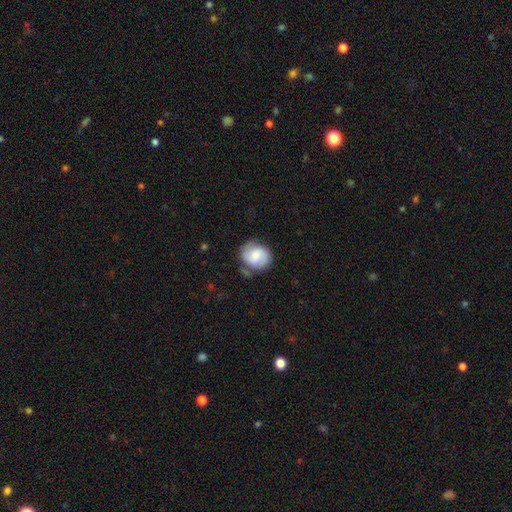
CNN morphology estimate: smooth 46% (tied), featured or disk 46% (tied), star or artifact 7%. Down the decision tree: merging — none (67%).